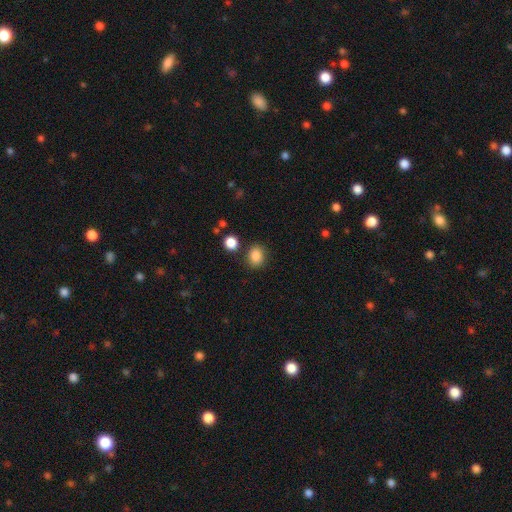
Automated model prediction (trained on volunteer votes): Overall: smooth (86%). How rounded: round (64%; in between 35%). Merging: none (81%).